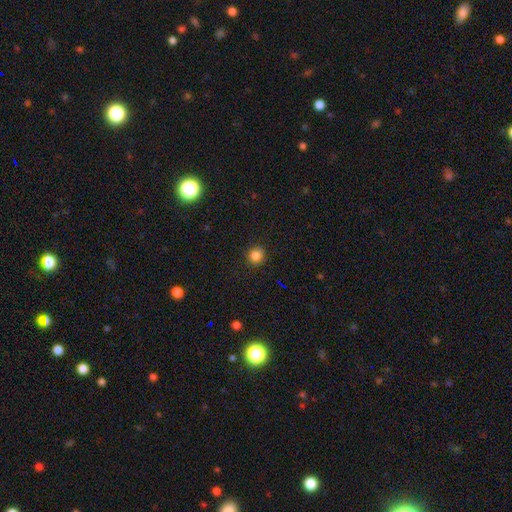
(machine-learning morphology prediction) A smooth galaxy with no disk features (84%) that is round (90%). Merging: none (90%).